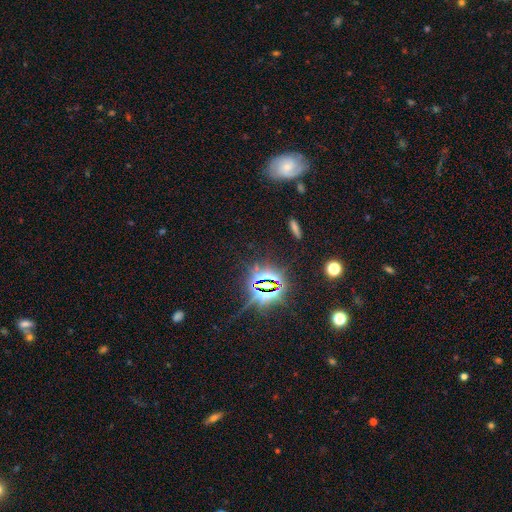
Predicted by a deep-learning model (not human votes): Smooth or featured? Predicted: star or artifact (p=0.78).